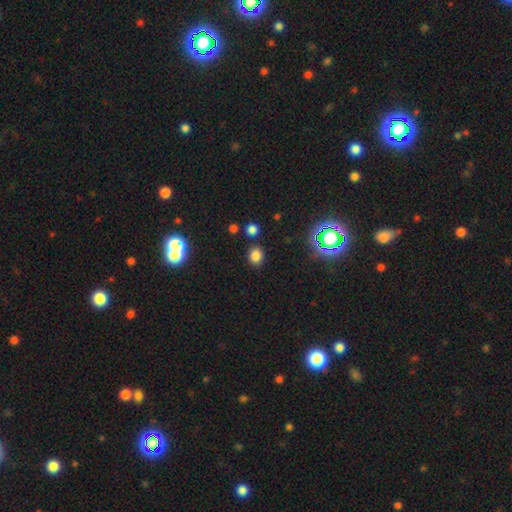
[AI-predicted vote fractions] smooth_or_featured: smooth (p=0.78) [alt: star or artifact p=0.17]
how_rounded: round (p=0.68) [alt: in between p=0.31]
merging: none (p=0.84) [alt: minor disturbance p=0.08]